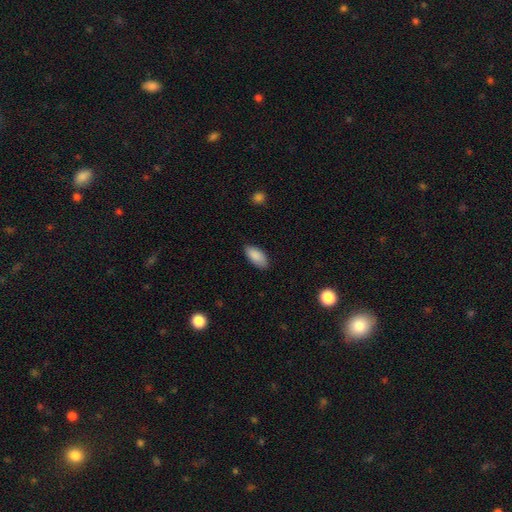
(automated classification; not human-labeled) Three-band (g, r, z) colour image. It shows a smooth galaxy with no disk features (89%) that is in between round and cigar-shaped (91%). Merging: none (84%).